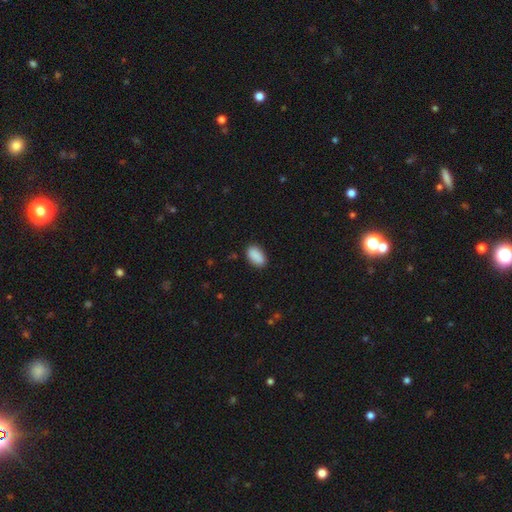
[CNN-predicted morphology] smooth_or_featured: smooth (p=0.91) [alt: star or artifact p=0.07]
how_rounded: in between (p=0.93) [alt: round p=0.04]
merging: none (p=0.87) [alt: minor disturbance p=0.09]